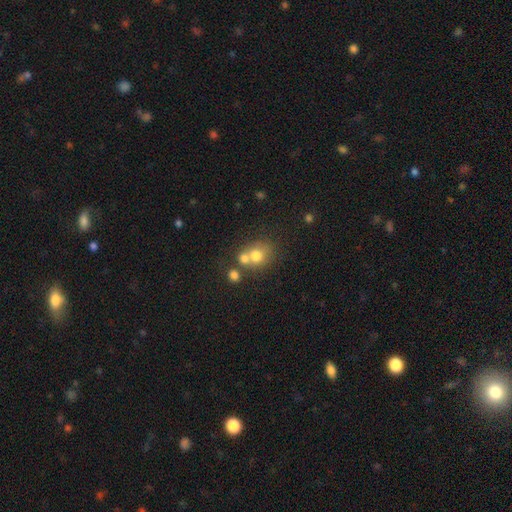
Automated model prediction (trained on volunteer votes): Smooth or featured: smooth — 71% (featured or disk — 16%)
How rounded: round — 68% (in between — 31%)
Merging: merger — 47% (none — 38%)